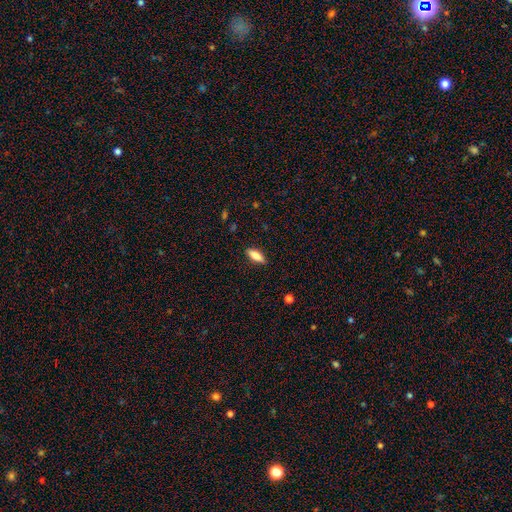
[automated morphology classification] smooth_or_featured: smooth (p=0.77) [alt: featured or disk p=0.16]
how_rounded: in between (p=0.69) [alt: cigar-shaped p=0.29]
merging: none (p=0.86) [alt: minor disturbance p=0.11]